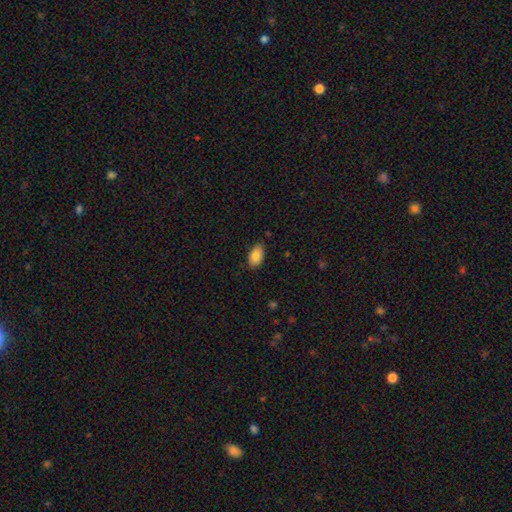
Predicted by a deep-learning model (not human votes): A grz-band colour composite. It shows a smooth galaxy with no disk features (85%) that is in between round and cigar-shaped (94%). Merging: none (83%).